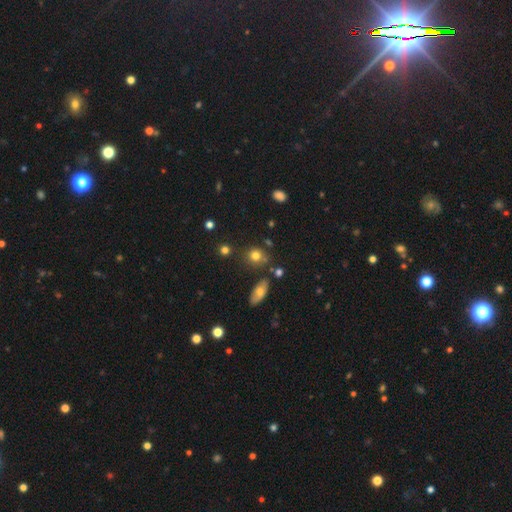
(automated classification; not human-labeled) Smooth or featured? Predicted: smooth (p=0.78). How rounded? Predicted: round (p=0.70). Merging? Predicted: none (p=0.73).